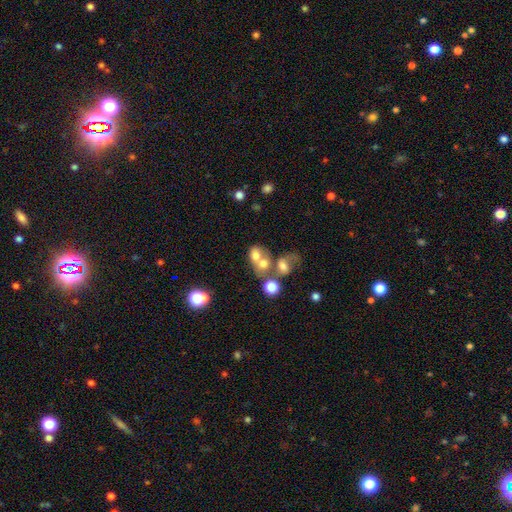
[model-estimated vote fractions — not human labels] smooth-or-featured: smooth: 64% | featured or disk: 21% | star or artifact: 14%
  how-rounded: in between: 51% | round: 48% | cigar-shaped: 2%
  merging: merger: 60% | none: 22% | major disturbance: 9% | minor disturbance: 9%